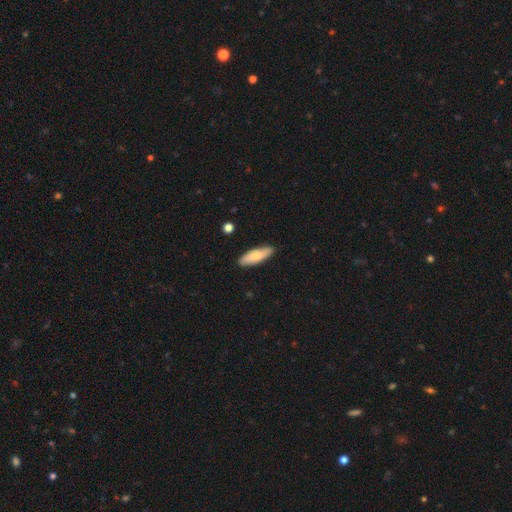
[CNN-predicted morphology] Overall: smooth (77%). How rounded: cigar-shaped (53%; in between 45%). Merging: none (88%).